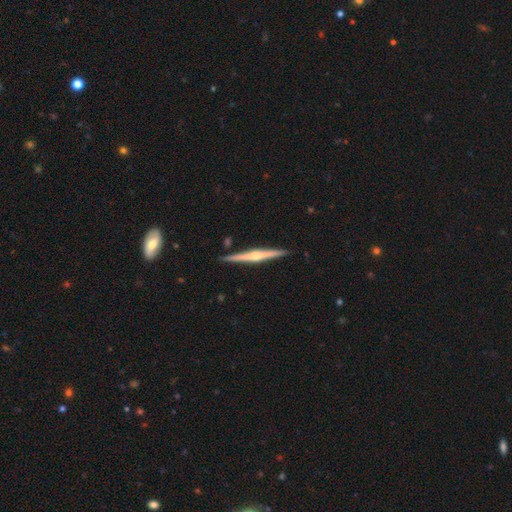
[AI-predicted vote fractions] This appears to be a featured or disk galaxy (77%) viewed edge-on (98%) with a rounded central bulge (86%). Merging: none (91%).